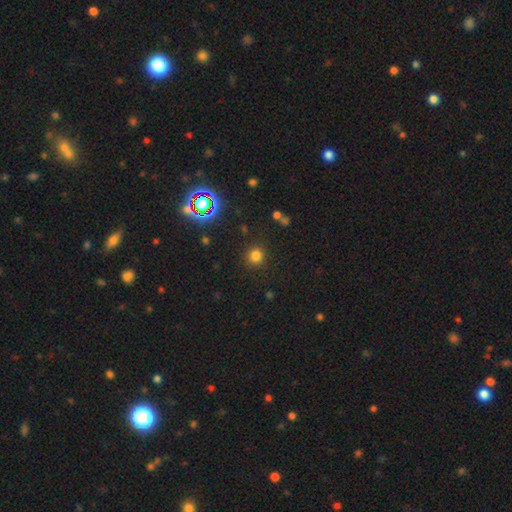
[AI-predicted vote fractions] Morphology: type=smooth (76%); roundness=round (92%); merging=none (88%).